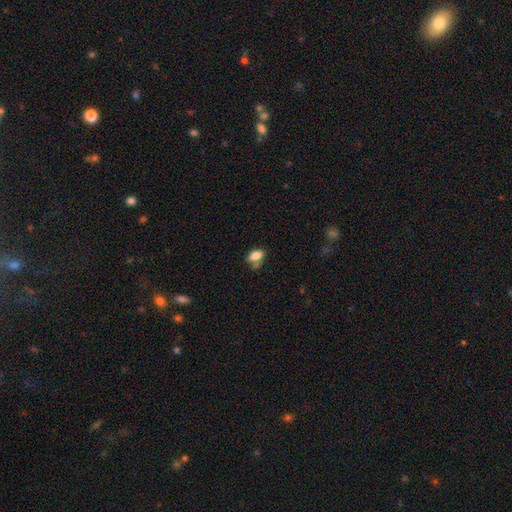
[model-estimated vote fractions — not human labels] Smooth or featured: smooth — 82% (featured or disk — 9%)
How rounded: in between — 88% (round — 9%)
Merging: none — 47% (minor disturbance — 31%)